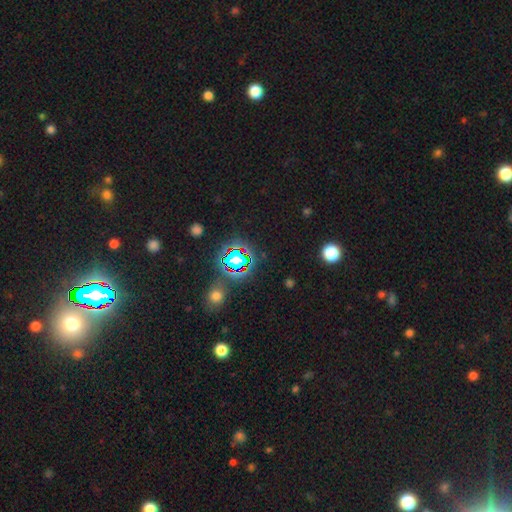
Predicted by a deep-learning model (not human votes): This is likely a star or artifact rather than a galaxy (78%).